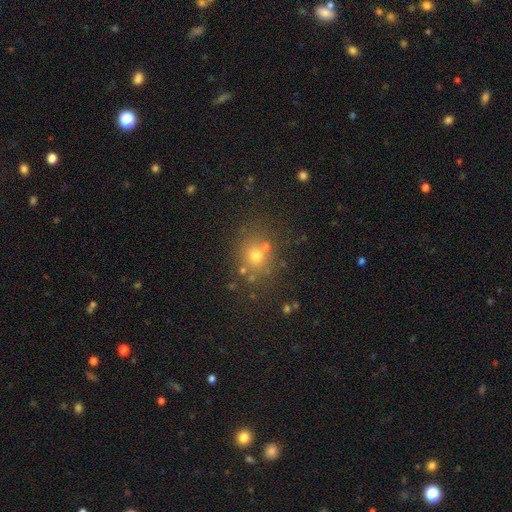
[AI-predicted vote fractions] A smooth galaxy with no disk features (63%) that is round (77%). Merging: none (70%).